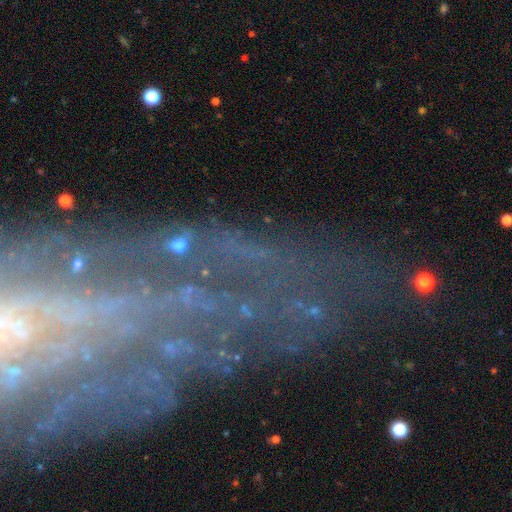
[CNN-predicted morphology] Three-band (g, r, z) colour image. It shows a featured or disk galaxy (60%). Merging: none (64%).